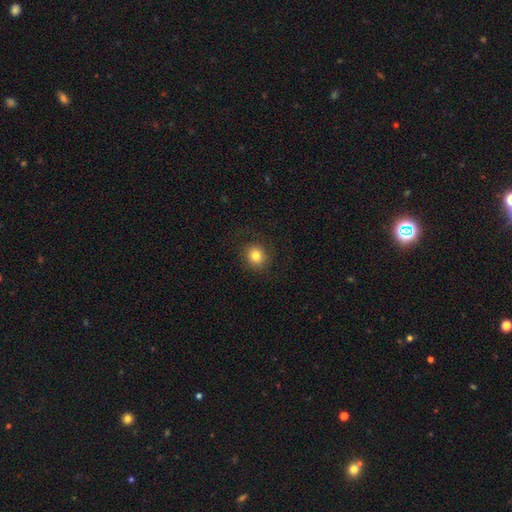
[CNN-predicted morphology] This appears to be a smooth galaxy with no disk features (83%) that is round (84%). Merging: none (88%).